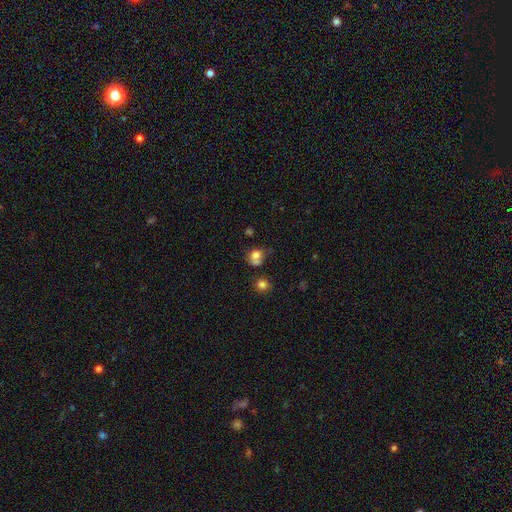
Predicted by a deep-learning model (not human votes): Smooth or featured?
  - smooth: 75% *
  - featured or disk: 13%
  - star or artifact: 12%
How rounded?
  - round: 73% *
  - in between: 26%
  - cigar-shaped: 1%
Merging?
  - none: 44% *
  - merger: 32%
  - minor disturbance: 17%
  - major disturbance: 8%